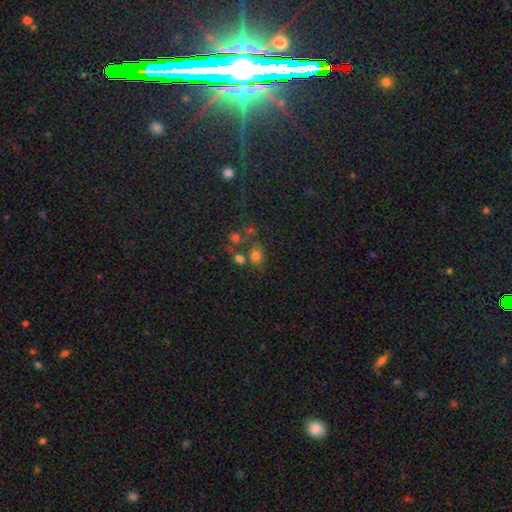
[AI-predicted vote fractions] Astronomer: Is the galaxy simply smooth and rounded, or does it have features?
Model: smooth — 72%.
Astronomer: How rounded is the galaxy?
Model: in between — 70%.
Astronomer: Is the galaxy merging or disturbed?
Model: none — 52%.